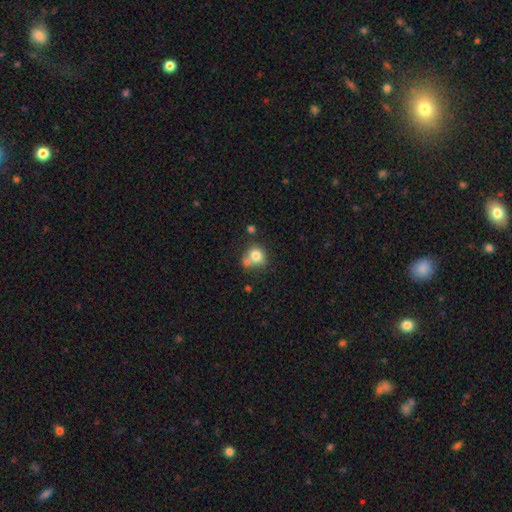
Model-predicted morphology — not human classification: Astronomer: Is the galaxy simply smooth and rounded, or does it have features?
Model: smooth — 77%.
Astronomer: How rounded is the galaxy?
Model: round — 75%.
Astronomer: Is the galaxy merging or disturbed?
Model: none — 47% (runner-up: merger, 34%).